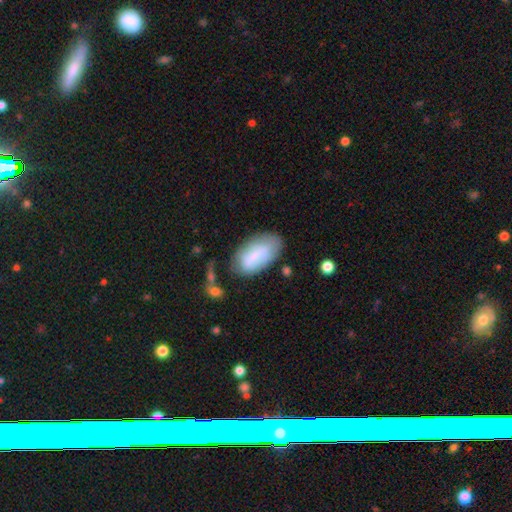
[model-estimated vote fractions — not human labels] A smooth galaxy with no disk features (72%) that is in between round and cigar-shaped (94%).

Vote fractions:
- Smooth or featured? smooth: 72% / featured or disk: 21% / star or artifact: 7%
- How rounded? in between: 94% / round: 3% / cigar-shaped: 3%
- Merging? none: 59% / minor disturbance: 25% / major disturbance: 10% / merger: 6%